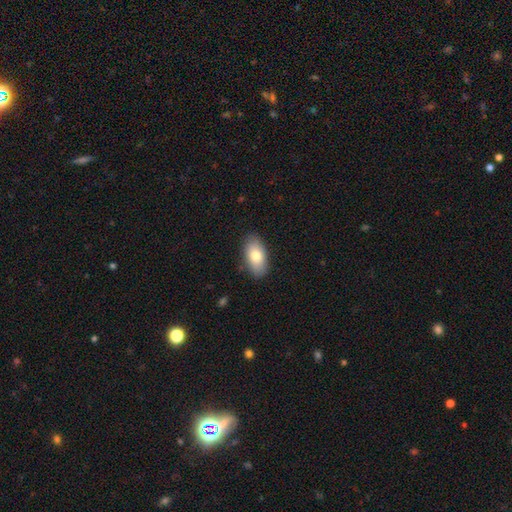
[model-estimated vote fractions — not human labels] Morphology: type=smooth (78%); roundness=in between (93%); merging=none (86%).